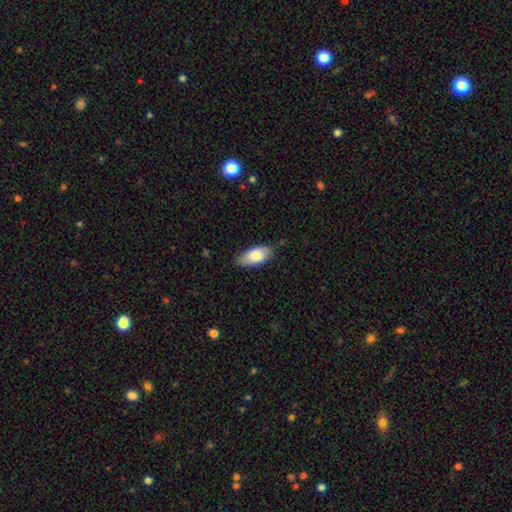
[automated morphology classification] A smooth galaxy with no disk features (79%) that is in between round and cigar-shaped (91%). Merging: none (77%).